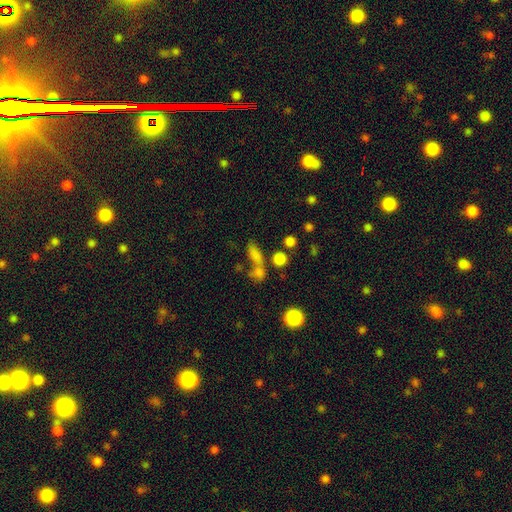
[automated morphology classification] smooth-or-featured: smooth: 70% | star or artifact: 17% | featured or disk: 13%
  how-rounded: in between: 55% | round: 26% | cigar-shaped: 19%
  merging: none: 43% | merger: 36% | minor disturbance: 11% | major disturbance: 9%